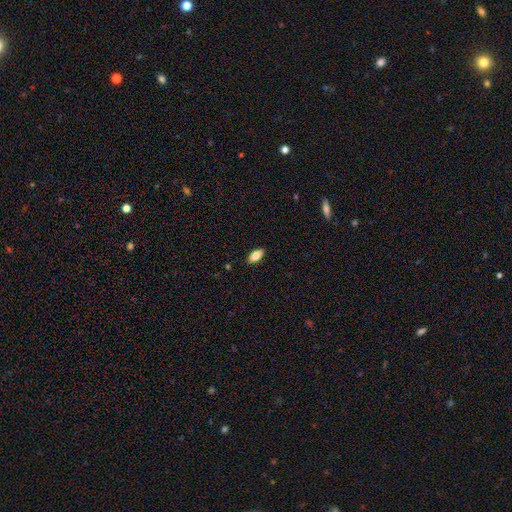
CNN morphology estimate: type=smooth (80%); roundness=in between (89%); merging=none (89%).